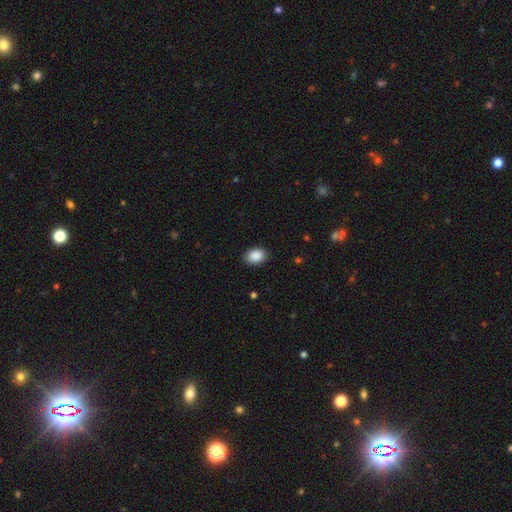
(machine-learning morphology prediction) A smooth galaxy with no disk features (89%) that is in between round and cigar-shaped (73%).

Vote fractions:
- Smooth or featured? smooth: 89% / star or artifact: 8% / featured or disk: 3%
- How rounded? in between: 73% / round: 26% / cigar-shaped: 1%
- Merging? none: 89% / minor disturbance: 8% / major disturbance: 2% / merger: 1%